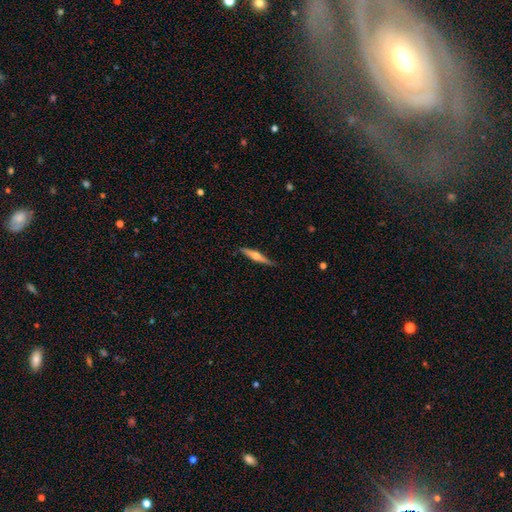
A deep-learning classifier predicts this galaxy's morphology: Q: Smooth or featured?
A: featured or disk (64%); runner-up: smooth (30%)
Q: Edge-on disk?
A: yes (97%); runner-up: no (3%)
Q: Edge-on bulge?
A: rounded (92%); runner-up: boxy (4%)
Q: Merging?
A: none (86%); runner-up: minor disturbance (11%)